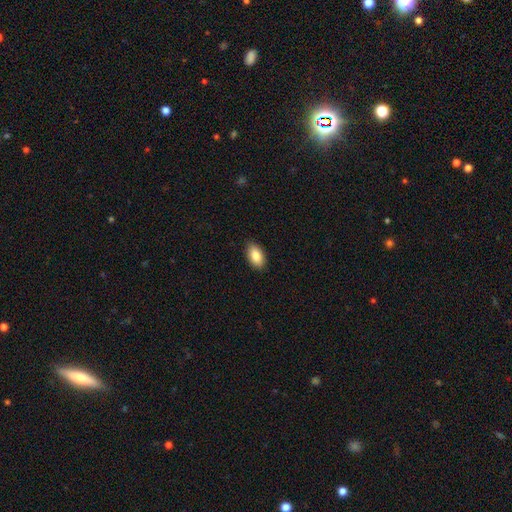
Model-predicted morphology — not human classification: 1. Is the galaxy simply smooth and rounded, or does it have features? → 87% smooth, 7% star or artifact, 6% featured or disk.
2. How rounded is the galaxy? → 94% in between, 4% round, 2% cigar-shaped.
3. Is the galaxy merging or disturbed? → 88% none, 9% minor disturbance, 2% major disturbance, 1% merger.